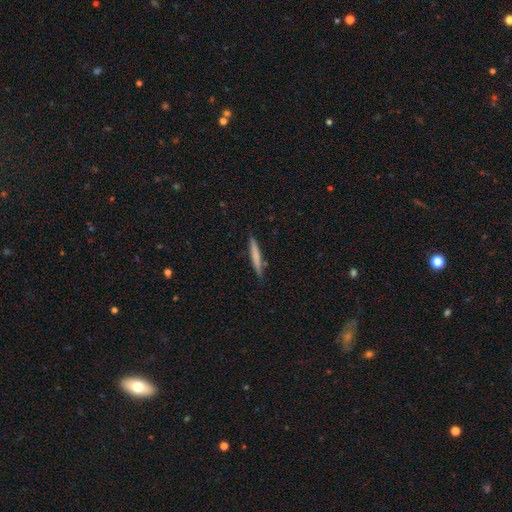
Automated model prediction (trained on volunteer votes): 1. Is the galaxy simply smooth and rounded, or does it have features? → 69% smooth, 25% featured or disk, 6% star or artifact.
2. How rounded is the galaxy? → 95% cigar-shaped, 4% in between, 1% round.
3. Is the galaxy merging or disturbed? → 86% none, 10% minor disturbance, 2% merger, 2% major disturbance.